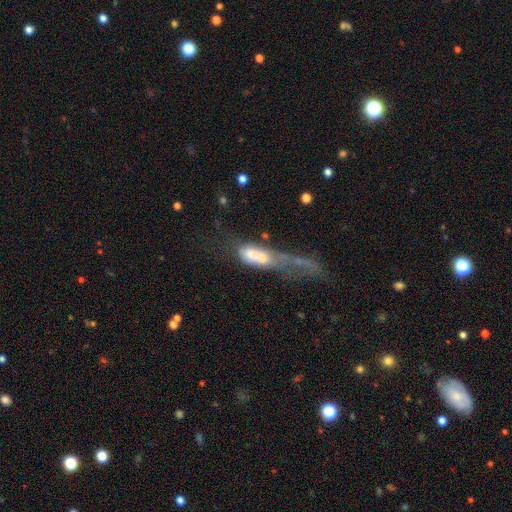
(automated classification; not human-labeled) Overall: smooth (59%; featured or disk 32%). How rounded: in between (69%). Merging: major disturbance (49%; merger 30%).